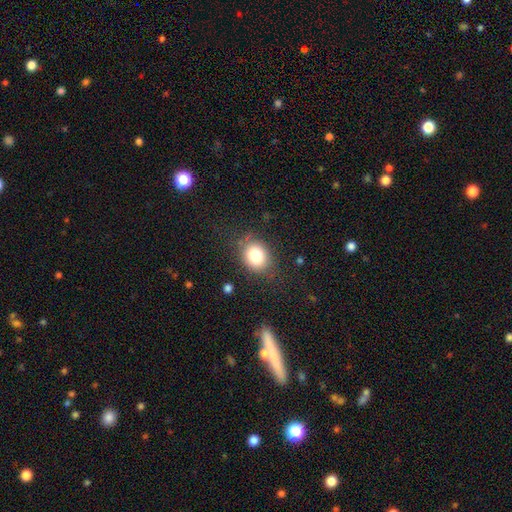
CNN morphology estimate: A smooth galaxy with no disk features (80%) that is round (55%). Merging: none (78%).